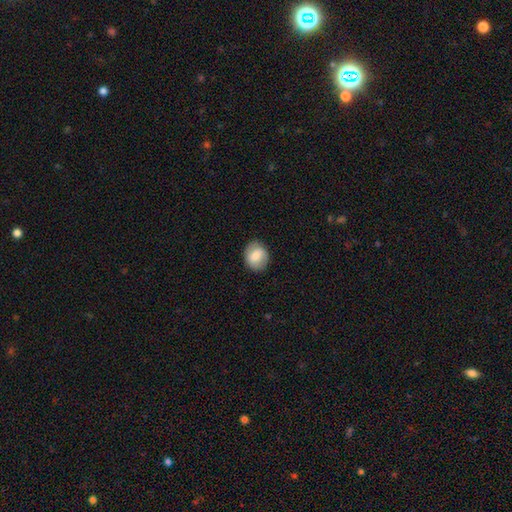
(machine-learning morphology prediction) Smooth or featured? smooth (71%)
How rounded? round (64%)
Merging? none (83%)